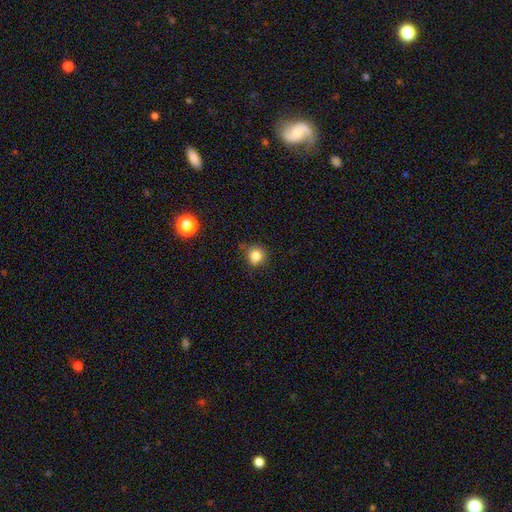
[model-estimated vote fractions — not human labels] Smooth or featured? Predicted: smooth (p=0.81). How rounded? Predicted: round (p=0.88). Merging? Predicted: none (p=0.75).